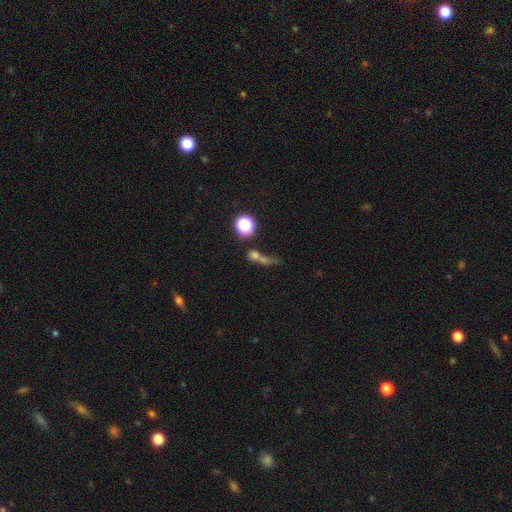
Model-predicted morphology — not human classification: Overall: smooth (57%; star or artifact 27%). How rounded: round (57%; in between 29%). Merging: merger (43%; none 33%).